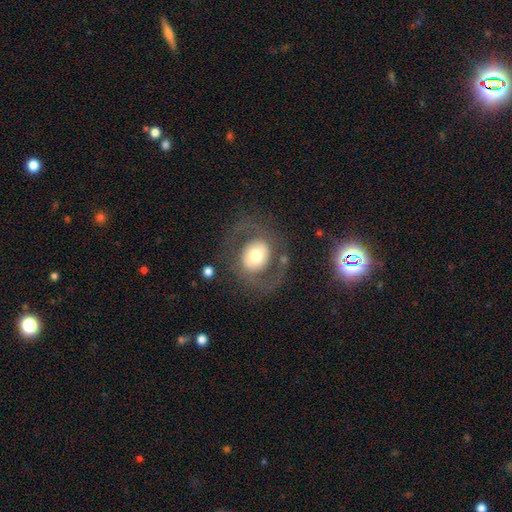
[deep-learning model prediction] smooth-or-featured: featured or disk: 52% | smooth: 41% | star or artifact: 8%
  disk-edge-on: no: 95% | yes: 5%
  merging: none: 70% | major disturbance: 15% | minor disturbance: 13% | merger: 2%